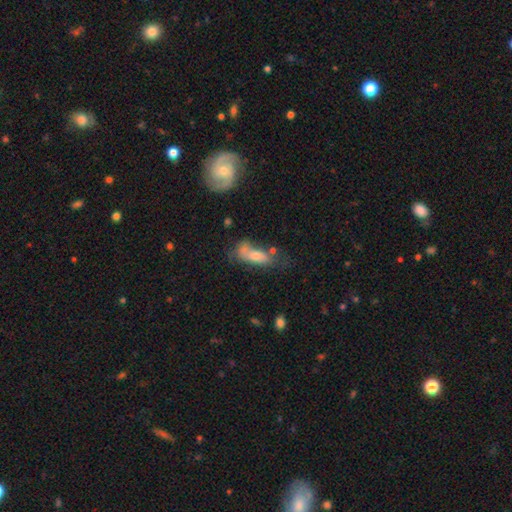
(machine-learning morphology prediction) Smooth or featured? Predicted: smooth (p=0.59). How rounded? Predicted: in between (p=0.65). Merging? Predicted: none (p=0.34).